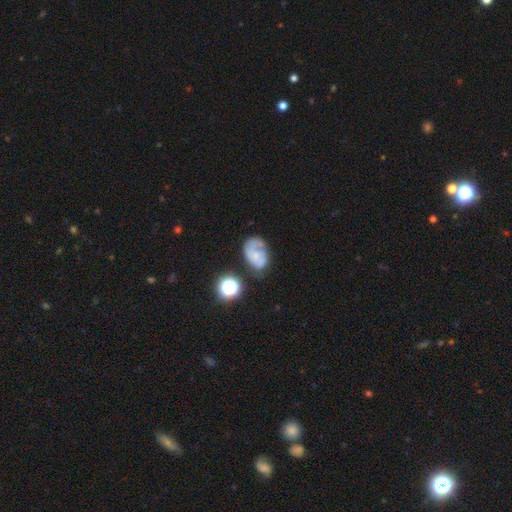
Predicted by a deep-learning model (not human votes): featured or disk 52%, smooth 37%, star or artifact 11%. Down the decision tree: edge-on disk — no (97%); bar — no (78%); spiral arms — yes (68%); bulge size — small (53%); merging — none (42%).